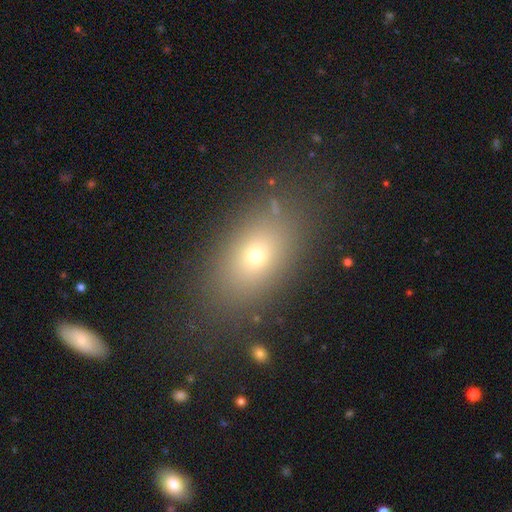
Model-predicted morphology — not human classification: This is likely a smooth galaxy (71%). How rounded: clearly in between (81%). Merging: likely none (80%).